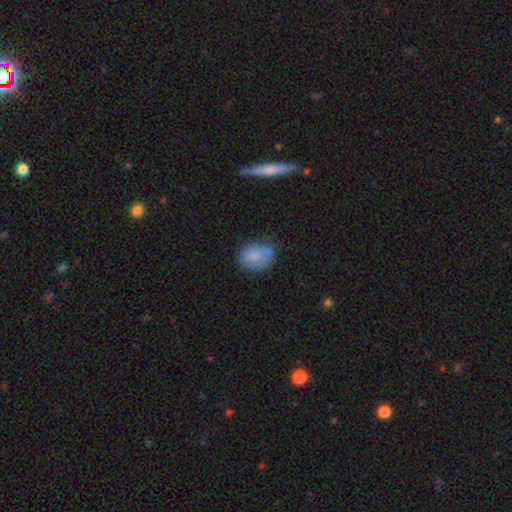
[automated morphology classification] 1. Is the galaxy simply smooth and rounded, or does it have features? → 79% smooth, 12% featured or disk, 8% star or artifact.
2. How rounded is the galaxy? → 53% in between, 46% round, 1% cigar-shaped.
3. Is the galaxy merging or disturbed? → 58% none, 26% minor disturbance, 9% merger, 7% major disturbance.